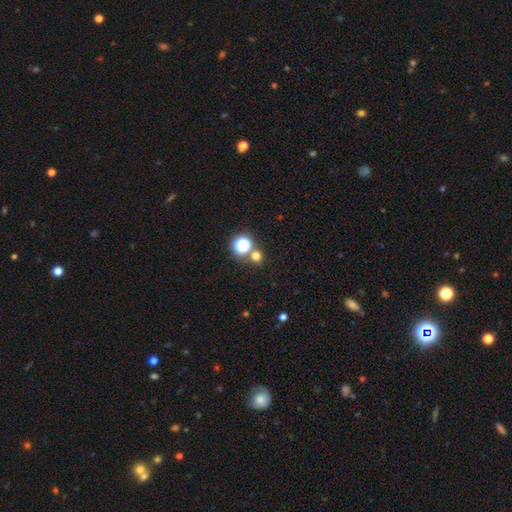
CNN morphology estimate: Q: Smooth or featured?
A: smooth (65%); runner-up: star or artifact (28%)
Q: How rounded?
A: round (86%); runner-up: in between (13%)
Q: Merging?
A: none (70%); runner-up: merger (20%)